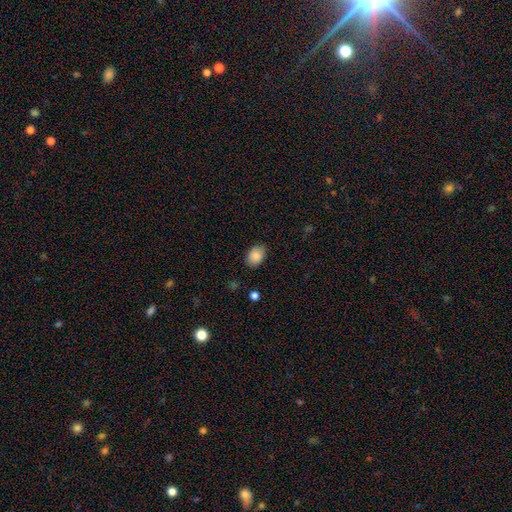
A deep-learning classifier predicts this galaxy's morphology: Smooth or featured?
  - smooth: 87% *
  - star or artifact: 7%
  - featured or disk: 5%
How rounded?
  - in between: 80% *
  - round: 19%
  - cigar-shaped: 1%
Merging?
  - none: 85% *
  - minor disturbance: 11%
  - major disturbance: 3%
  - merger: 1%